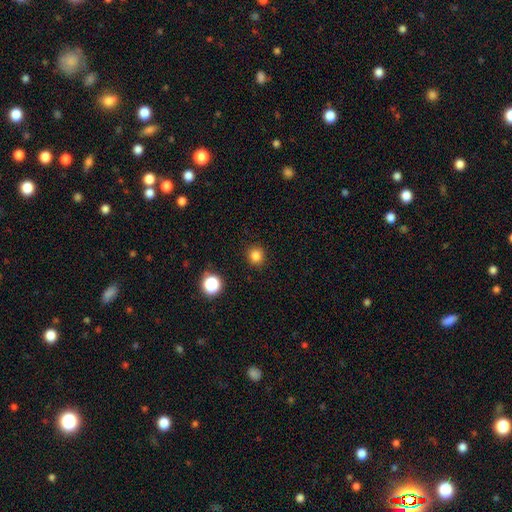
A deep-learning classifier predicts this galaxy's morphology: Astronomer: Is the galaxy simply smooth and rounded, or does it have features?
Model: smooth — 82%.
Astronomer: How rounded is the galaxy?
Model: round — 92%.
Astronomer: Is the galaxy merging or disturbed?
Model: none — 91%.